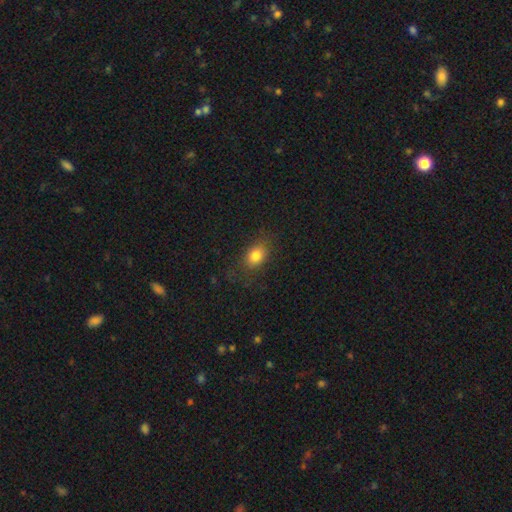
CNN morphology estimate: Overall: smooth (81%). How rounded: in between (65%; round 33%). Merging: none (77%).